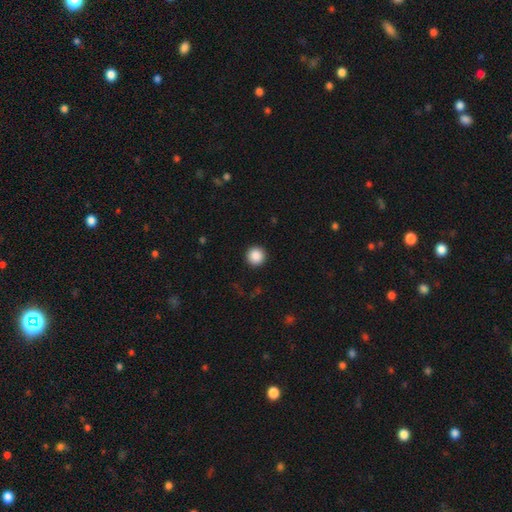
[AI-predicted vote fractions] A smooth galaxy with no disk features (88%) that is round (96%).

Vote fractions:
- Smooth or featured? smooth: 88% / star or artifact: 9% / featured or disk: 3%
- How rounded? round: 96% / in between: 3% / cigar-shaped: 1%
- Merging? none: 93% / minor disturbance: 4% / major disturbance: 2% / merger: 1%